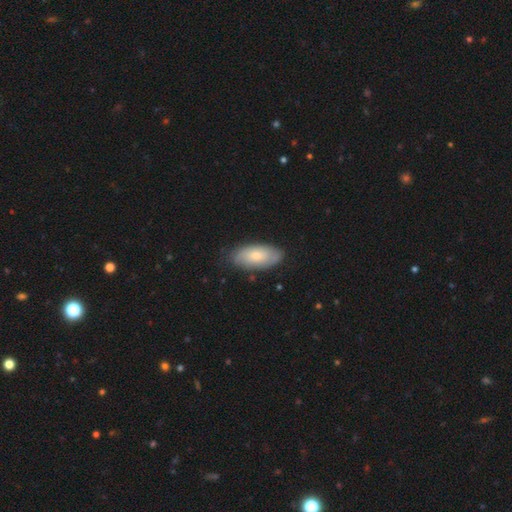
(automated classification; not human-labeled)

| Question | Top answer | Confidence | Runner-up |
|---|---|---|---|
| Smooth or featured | smooth | 72% | featured or disk (23%) |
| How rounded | in between | 92% | cigar-shaped (6%) |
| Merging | none | 79% | minor disturbance (17%) |